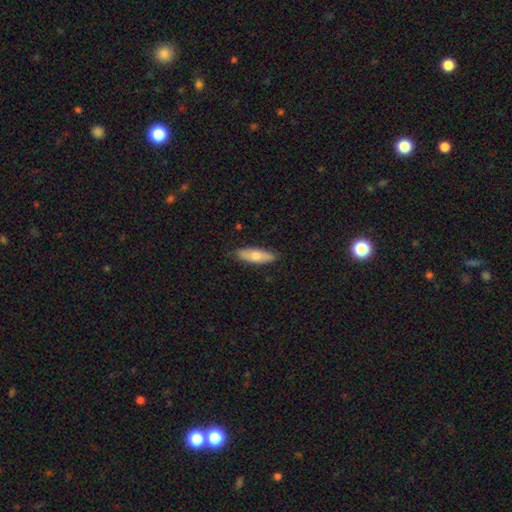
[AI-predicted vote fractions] Smooth or featured: smooth — 64% (featured or disk — 29%)
How rounded: cigar-shaped — 53% (in between — 45%)
Merging: none — 88% (minor disturbance — 9%)